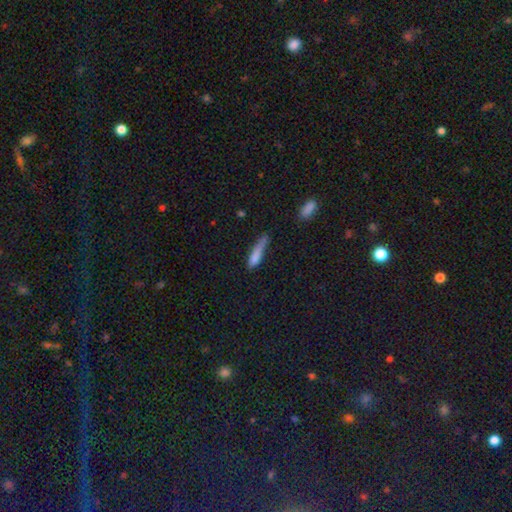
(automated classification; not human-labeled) Smooth or featured?
  - smooth: 77% *
  - featured or disk: 15%
  - star or artifact: 8%
How rounded?
  - cigar-shaped: 80% *
  - in between: 17%
  - round: 2%
Merging?
  - none: 41% *
  - minor disturbance: 36%
  - major disturbance: 17%
  - merger: 6%